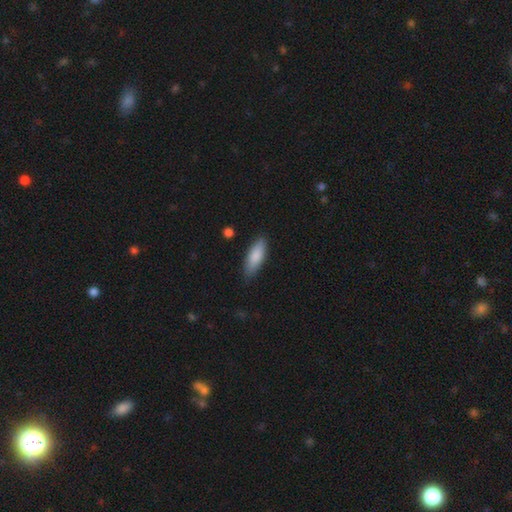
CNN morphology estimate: The model was most divided on "how rounded": in between: 63%, cigar-shaped: 36%, round: 2%. More confident: smooth or featured — smooth (84%); merging — none (82%).